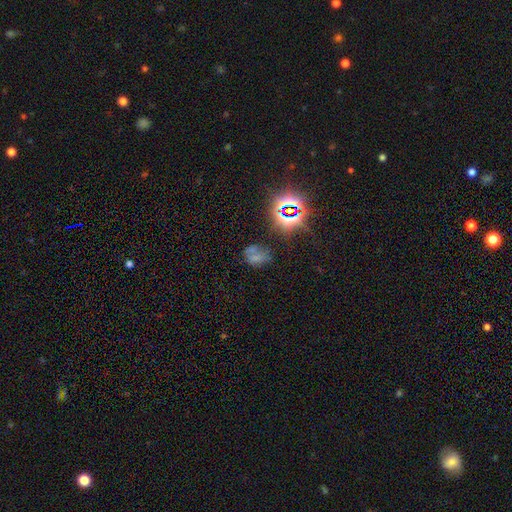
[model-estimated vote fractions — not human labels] Q: Smooth or featured?
A: star or artifact (41%); runner-up: smooth (40%)